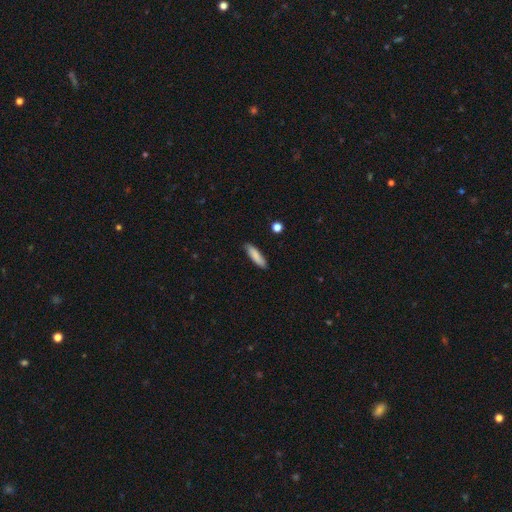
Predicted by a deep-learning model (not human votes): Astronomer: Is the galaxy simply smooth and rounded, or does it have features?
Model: smooth — 84%.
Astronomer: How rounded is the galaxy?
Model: cigar-shaped — 69%.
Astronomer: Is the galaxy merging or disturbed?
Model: none — 86%.